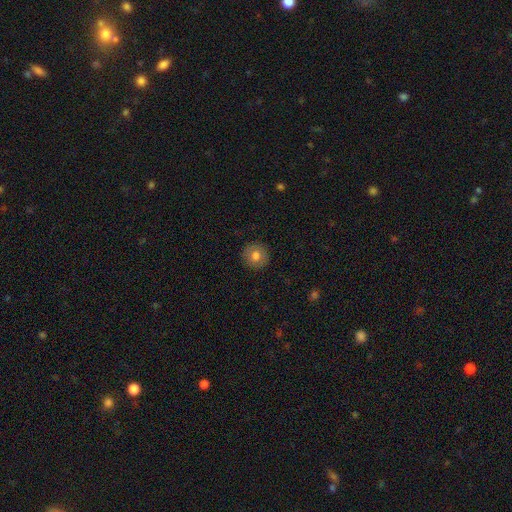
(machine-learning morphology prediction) A smooth galaxy with no disk features (77%) that is round (94%). Merging: none (91%).